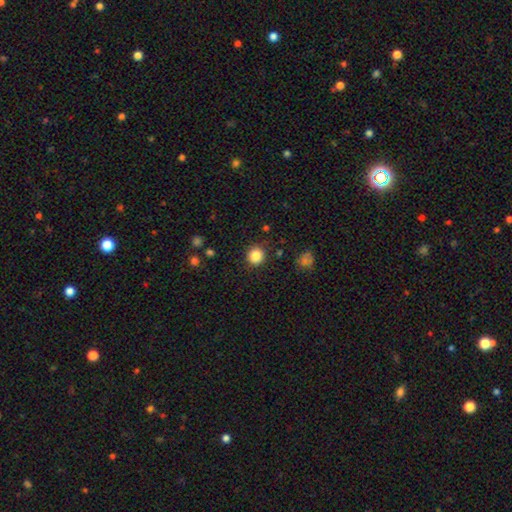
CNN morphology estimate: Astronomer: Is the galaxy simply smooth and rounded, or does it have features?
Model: smooth — 86%.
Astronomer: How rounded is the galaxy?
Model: round — 88%.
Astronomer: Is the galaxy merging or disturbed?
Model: none — 88%.